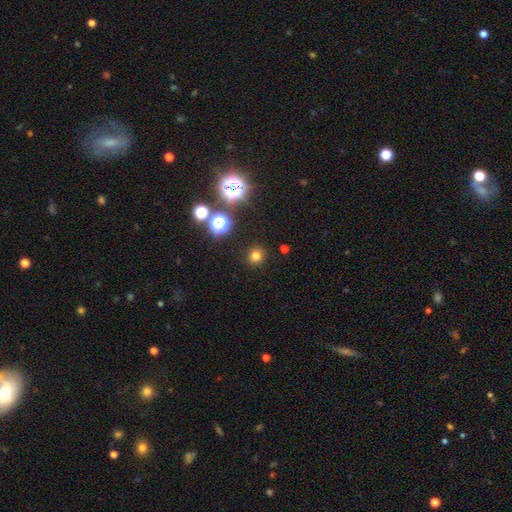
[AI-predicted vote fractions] Smooth or featured? smooth (73%)
How rounded? round (89%)
Merging? none (89%)